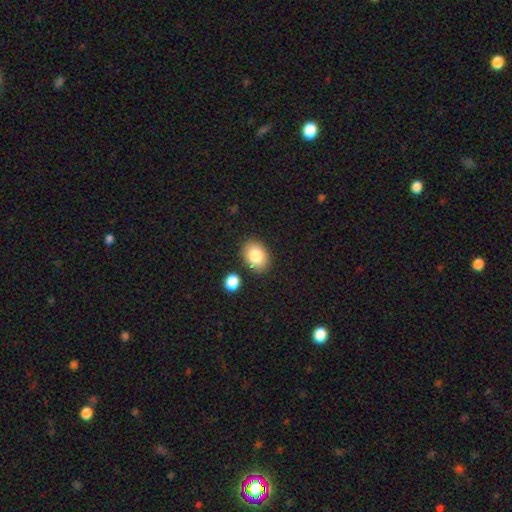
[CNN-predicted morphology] A smooth galaxy with no disk features (84%) that is in between round and cigar-shaped (73%). Merging: none (83%).